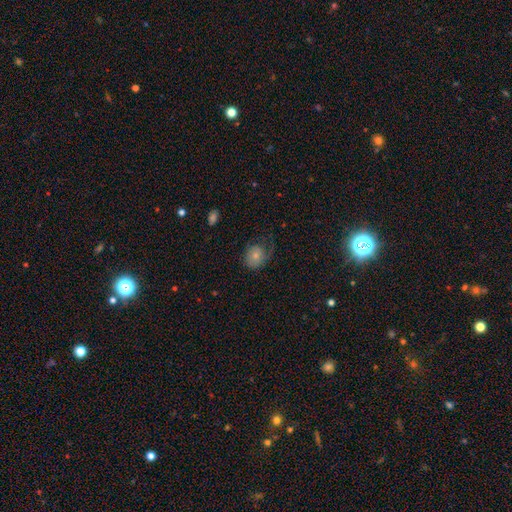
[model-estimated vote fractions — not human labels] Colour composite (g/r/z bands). It shows a smooth galaxy with no disk features (67%) that is round (62%). Merging: none (43%).